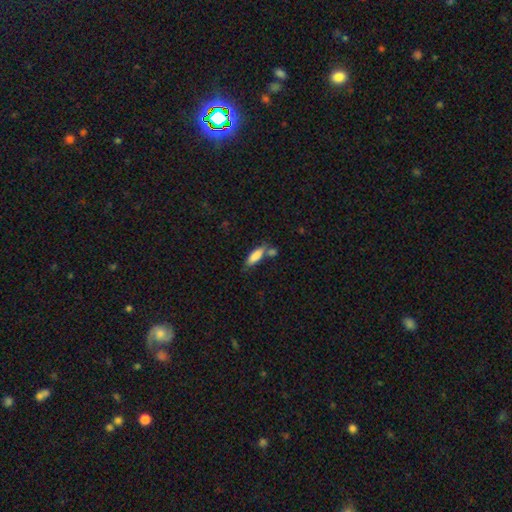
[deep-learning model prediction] A smooth galaxy with no disk features (83%) that is in between round and cigar-shaped (57%). Merging: none (52%).